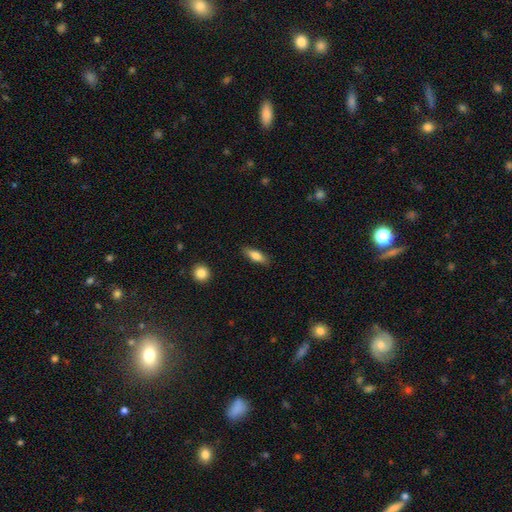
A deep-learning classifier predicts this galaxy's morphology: A smooth galaxy with no disk features (74%) that is in between round and cigar-shaped (55%).

Vote fractions:
- Smooth or featured? smooth: 74% / featured or disk: 19% / star or artifact: 7%
- How rounded? in between: 55% / cigar-shaped: 42% / round: 3%
- Merging? none: 85% / minor disturbance: 11% / major disturbance: 2% / merger: 1%